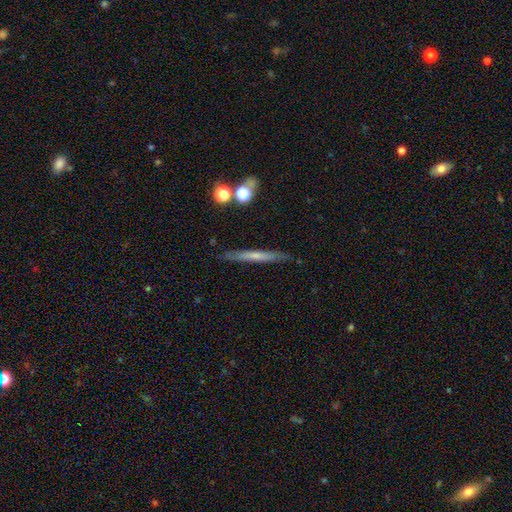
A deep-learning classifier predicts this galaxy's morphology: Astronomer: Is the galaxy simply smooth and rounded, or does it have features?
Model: smooth — 49% (runner-up: featured or disk, 44%).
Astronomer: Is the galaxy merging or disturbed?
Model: none — 86%.